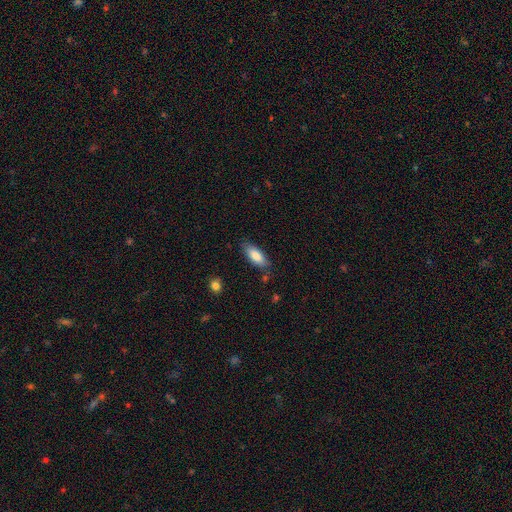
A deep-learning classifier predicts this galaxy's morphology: Smooth or featured: smooth — 84% (featured or disk — 9%)
How rounded: in between — 77% (cigar-shaped — 21%)
Merging: none — 80% (minor disturbance — 15%)